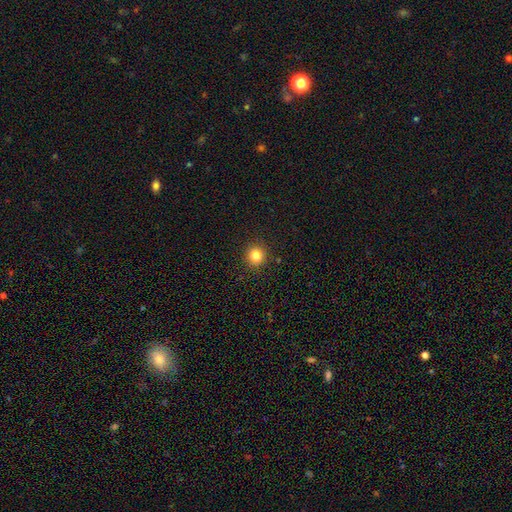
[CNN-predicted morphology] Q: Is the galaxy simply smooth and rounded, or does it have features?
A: smooth — 83%.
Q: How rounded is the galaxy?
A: round — 92%.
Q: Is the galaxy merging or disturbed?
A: none — 92%.